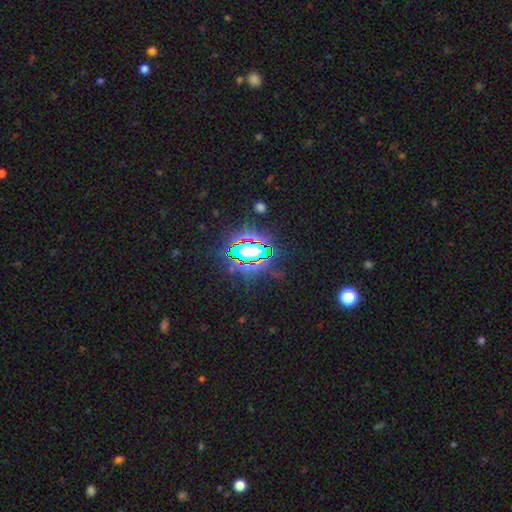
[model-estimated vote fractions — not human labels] smooth_or_featured: star or artifact (p=0.73) [alt: smooth p=0.16]